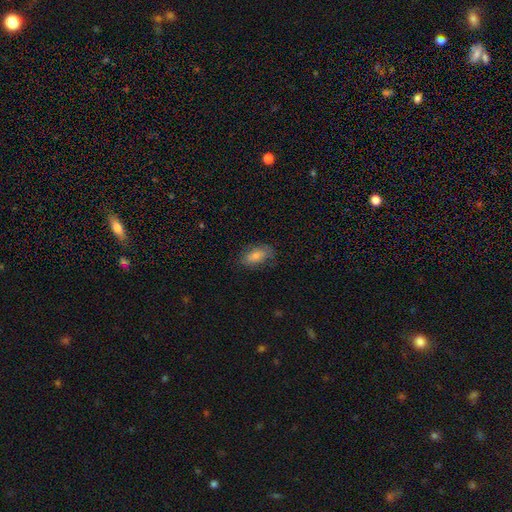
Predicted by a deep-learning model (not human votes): Smooth or featured: smooth — 67% (featured or disk — 21%)
How rounded: in between — 87% (cigar-shaped — 7%)
Merging: none — 79% (minor disturbance — 16%)